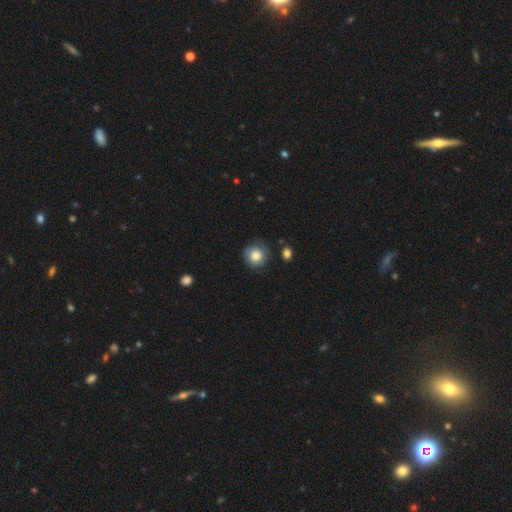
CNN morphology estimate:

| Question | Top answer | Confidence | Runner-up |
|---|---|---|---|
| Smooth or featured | smooth | 72% | featured or disk (21%) |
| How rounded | round | 90% | in between (9%) |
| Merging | none | 77% | minor disturbance (16%) |